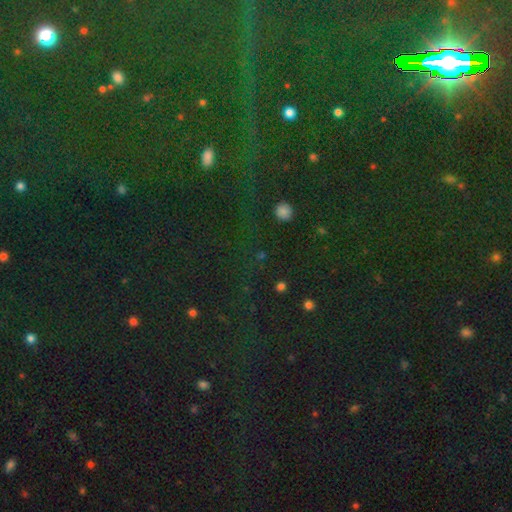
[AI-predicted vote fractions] A star or artifact, not a galaxy (79%).

Vote fractions:
- Smooth or featured? star or artifact: 79% / smooth: 13% / featured or disk: 7%